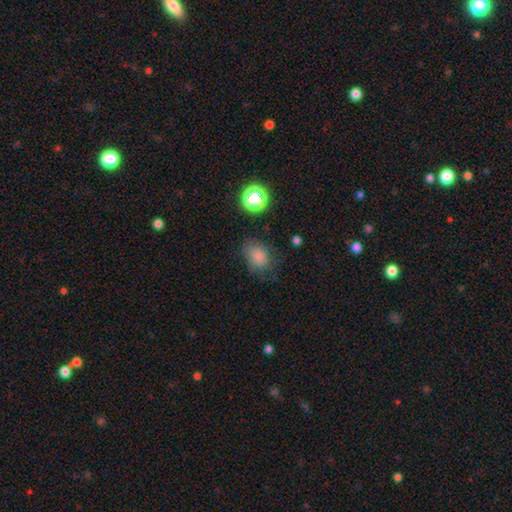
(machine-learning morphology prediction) smooth_or_featured: smooth (p=0.79) [alt: star or artifact p=0.14]
how_rounded: in between (p=0.53) [alt: round p=0.46]
merging: none (p=0.68) [alt: minor disturbance p=0.22]